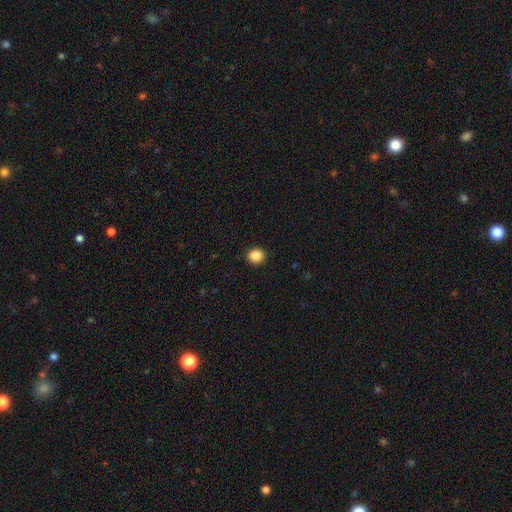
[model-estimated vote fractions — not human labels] Smooth or featured: smooth — 87% (star or artifact — 10%)
How rounded: round — 85% (in between — 14%)
Merging: none — 92% (minor disturbance — 5%)